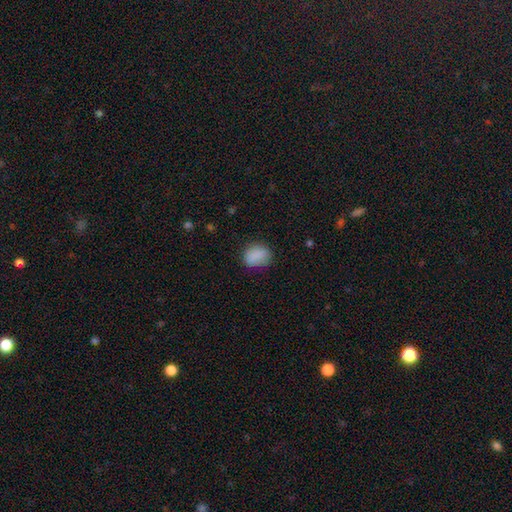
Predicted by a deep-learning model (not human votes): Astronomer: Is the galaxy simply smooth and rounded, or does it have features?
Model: smooth — 86%.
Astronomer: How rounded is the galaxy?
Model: in between — 58% (runner-up: round, 41%).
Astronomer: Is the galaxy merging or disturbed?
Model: none — 76%.